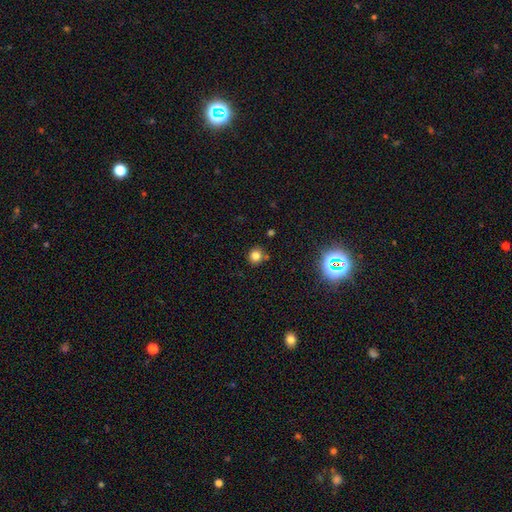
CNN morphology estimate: Overall: smooth (79%). How rounded: round (86%). Merging: none (80%).